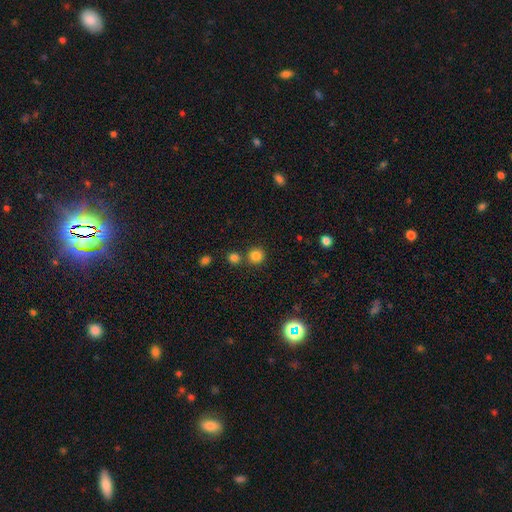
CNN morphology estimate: smooth_or_featured: smooth (p=0.82) [alt: star or artifact p=0.13]
how_rounded: round (p=0.91) [alt: in between p=0.08]
merging: none (p=0.74) [alt: merger p=0.15]